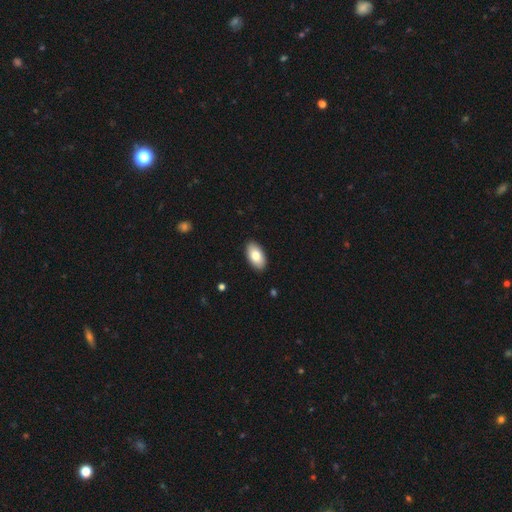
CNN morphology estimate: A smooth galaxy with no disk features (81%) that is in between round and cigar-shaped (95%). Merging: none (90%).